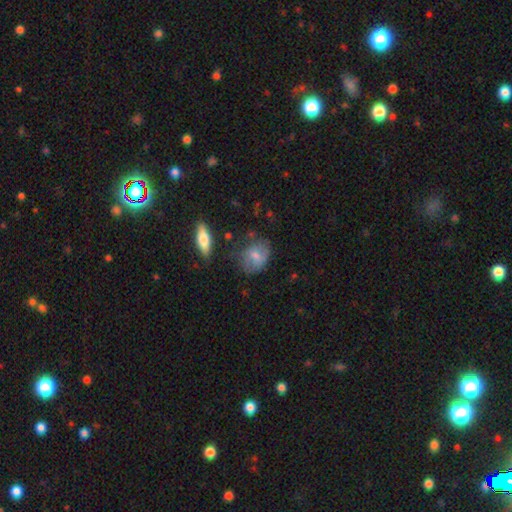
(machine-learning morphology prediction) A smooth galaxy with no disk features (63%) that is in between round and cigar-shaped (59%). Merging: none (60%).